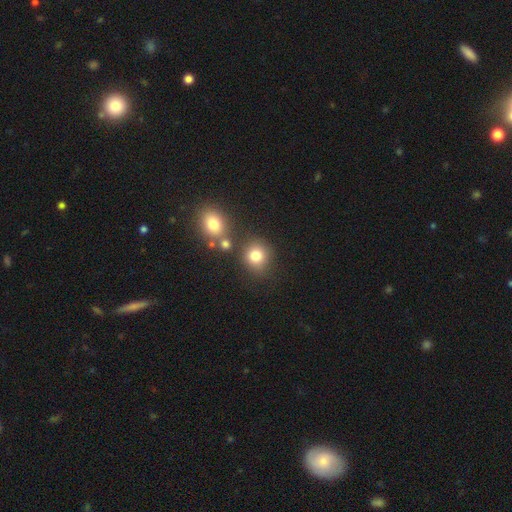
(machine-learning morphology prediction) Smooth or featured: smooth — 79% (star or artifact — 14%)
How rounded: round — 82% (in between — 17%)
Merging: none — 71% (merger — 14%)